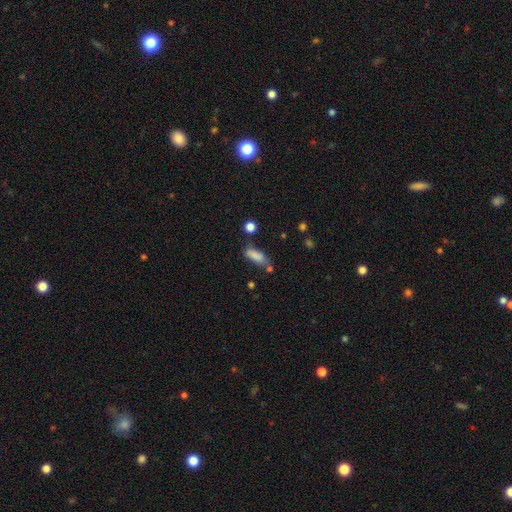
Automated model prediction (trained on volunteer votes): The model was most divided on "how rounded": in between: 62%, cigar-shaped: 35%, round: 3%. More confident: smooth or featured — smooth (81%); merging — none (56%).